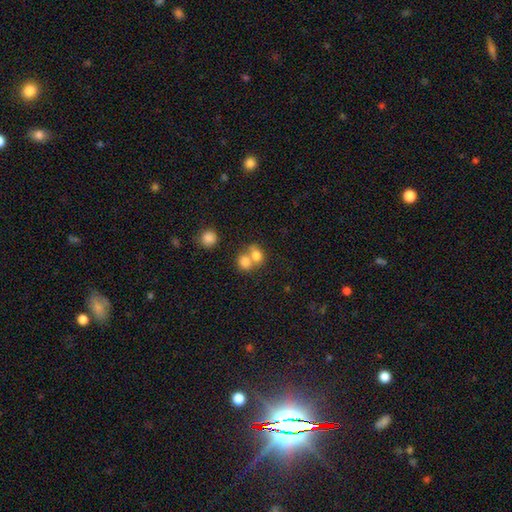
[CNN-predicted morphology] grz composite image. It shows a smooth galaxy with no disk features (77%) that is in between round and cigar-shaped (50%). Merging: merger (60%).